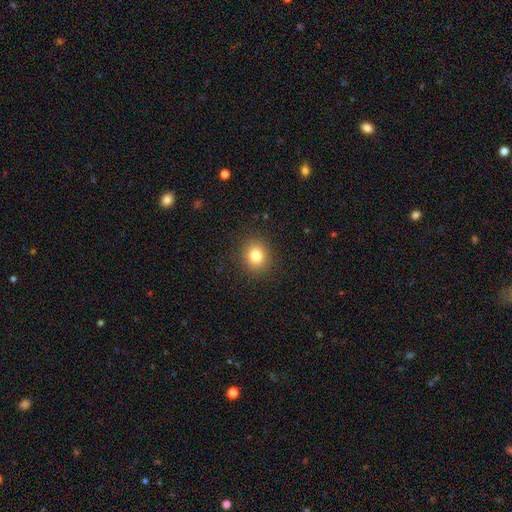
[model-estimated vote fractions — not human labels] Smooth or featured? smooth (81%)
How rounded? round (81%)
Merging? none (90%)